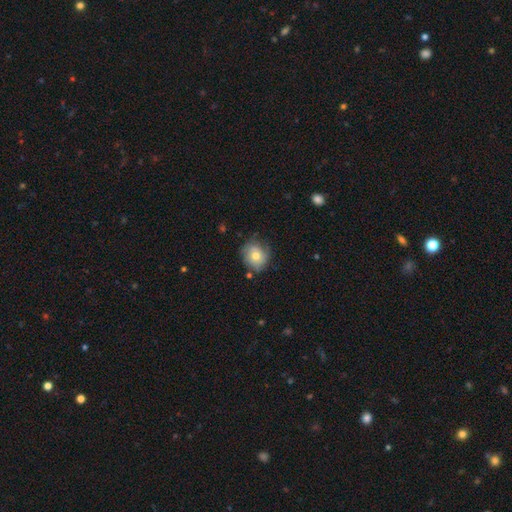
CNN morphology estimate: A smooth galaxy with no disk features (63%) that is round (81%).

Vote fractions:
- Smooth or featured? smooth: 63% / featured or disk: 28% / star or artifact: 9%
- How rounded? round: 81% / in between: 18% / cigar-shaped: 1%
- Merging? none: 70% / minor disturbance: 22% / major disturbance: 6% / merger: 3%